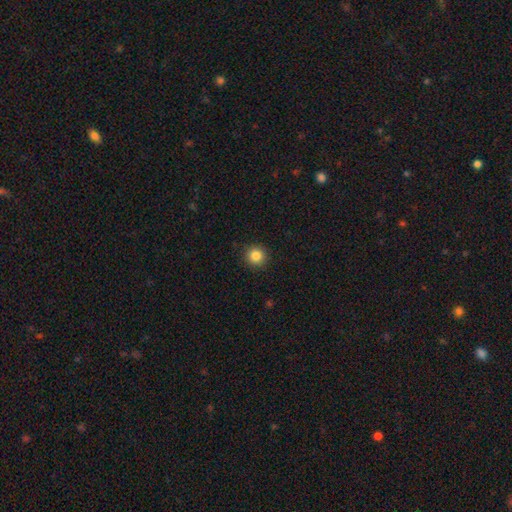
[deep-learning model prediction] This appears to be a smooth galaxy with no disk features (85%) that is round (94%). Merging: none (92%).